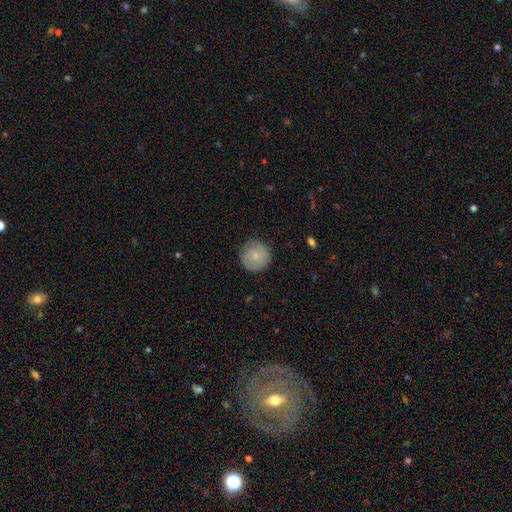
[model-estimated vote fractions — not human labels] Morphology: type=smooth (78%); roundness=round (95%); merging=none (89%).